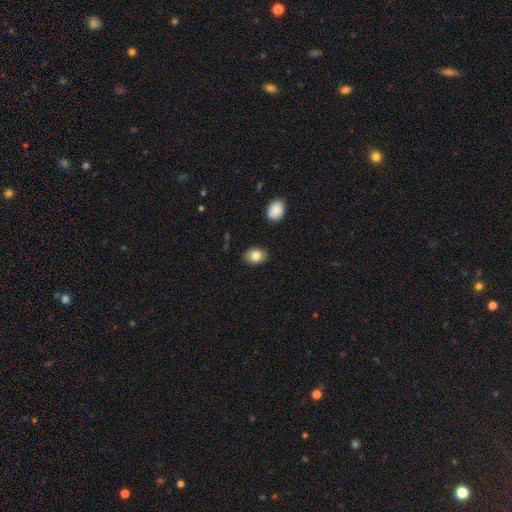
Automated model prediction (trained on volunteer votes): This appears to be a smooth galaxy with no disk features (82%) that is in between round and cigar-shaped (68%). Merging: none (87%).